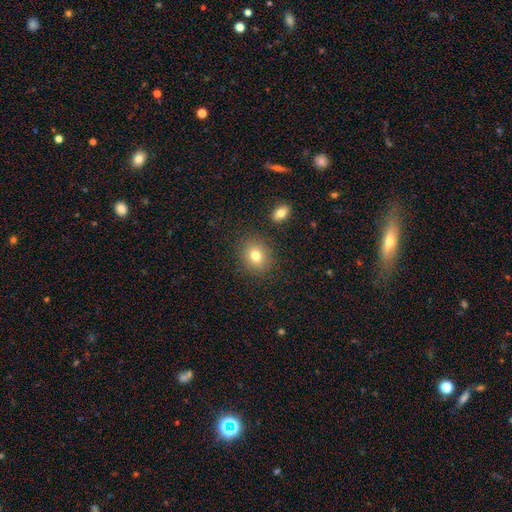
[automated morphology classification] Smooth or featured?
  - smooth: 78% *
  - star or artifact: 12%
  - featured or disk: 11%
How rounded?
  - round: 63% *
  - in between: 36%
  - cigar-shaped: 1%
Merging?
  - none: 85% *
  - minor disturbance: 9%
  - major disturbance: 3%
  - merger: 3%